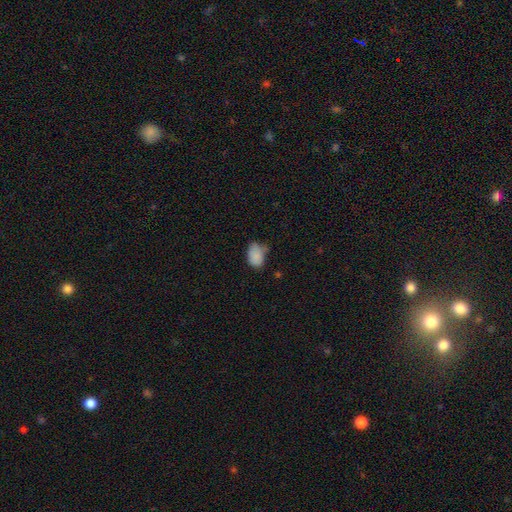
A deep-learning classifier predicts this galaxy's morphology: Q: Smooth or featured?
A: smooth (84%); runner-up: star or artifact (9%)
Q: How rounded?
A: in between (81%); runner-up: round (17%)
Q: Merging?
A: none (47%); runner-up: minor disturbance (39%)